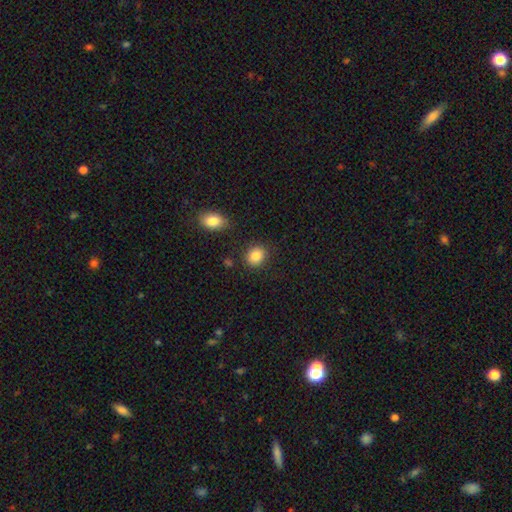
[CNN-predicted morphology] Smooth or featured: smooth — 87% (star or artifact — 9%)
How rounded: round — 63% (in between — 36%)
Merging: none — 85% (minor disturbance — 9%)